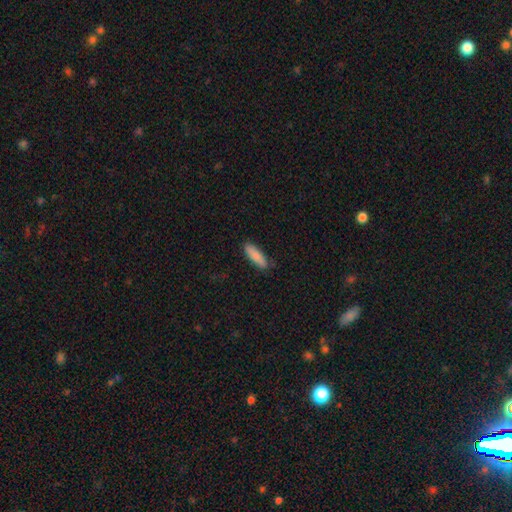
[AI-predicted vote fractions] smooth 85%, featured or disk 9%, star or artifact 6%. Down the decision tree: how rounded — cigar-shaped (53%); merging — none (85%).